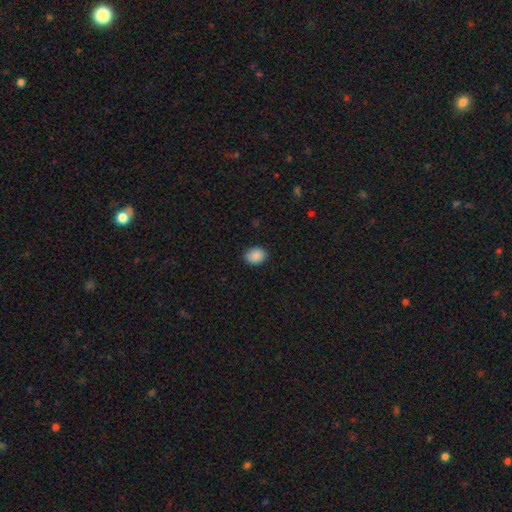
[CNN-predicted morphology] This appears to be a smooth galaxy with no disk features (89%) that is in between round and cigar-shaped (63%). Merging: none (88%).